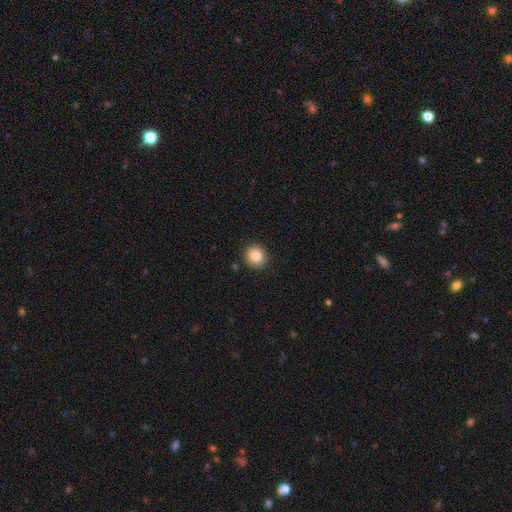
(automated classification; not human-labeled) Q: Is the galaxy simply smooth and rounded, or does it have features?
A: smooth — 86%.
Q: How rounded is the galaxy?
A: round — 90%.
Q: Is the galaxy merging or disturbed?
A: none — 89%.